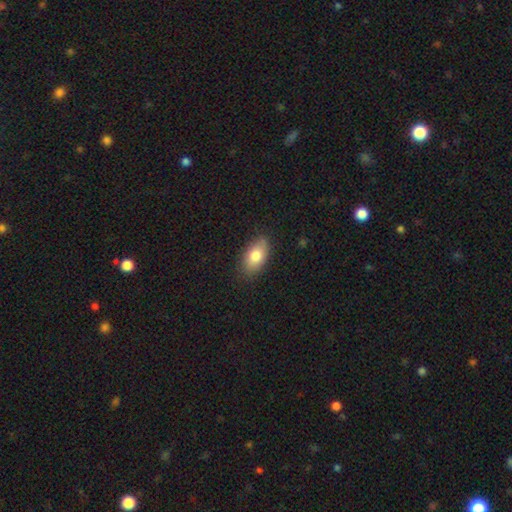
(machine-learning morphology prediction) A smooth galaxy with no disk features (79%) that is in between round and cigar-shaped (90%). Merging: none (84%).